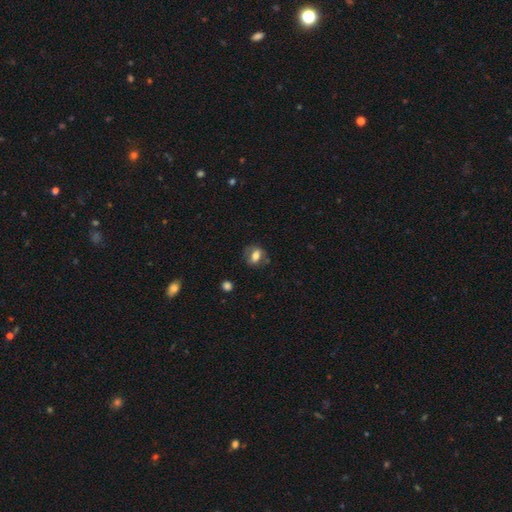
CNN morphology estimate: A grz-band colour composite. It shows a smooth galaxy with no disk features (66%) that is in between round and cigar-shaped (65%). Merging: none (67%).